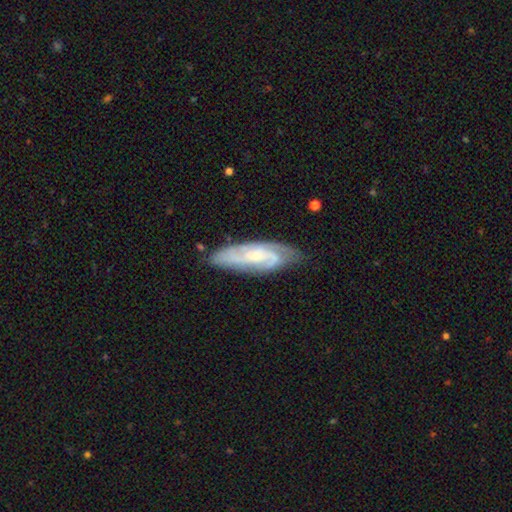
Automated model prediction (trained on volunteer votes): smooth_or_featured: featured or disk (p=0.79) [alt: smooth p=0.15]
disk_edge_on: no (p=0.88) [alt: yes p=0.12]
bar: no (p=0.55) [alt: weak p=0.36]
has_spiral_arms: yes (p=0.95) [alt: no p=0.05]
spiral_winding: tight (p=0.46) [alt: medium p=0.42]
spiral_arm_count: 2 (p=0.37) [alt: 3 p=0.28]
bulge_size: small (p=0.65) [alt: moderate p=0.27]
merging: none (p=0.75) [alt: minor disturbance p=0.19]